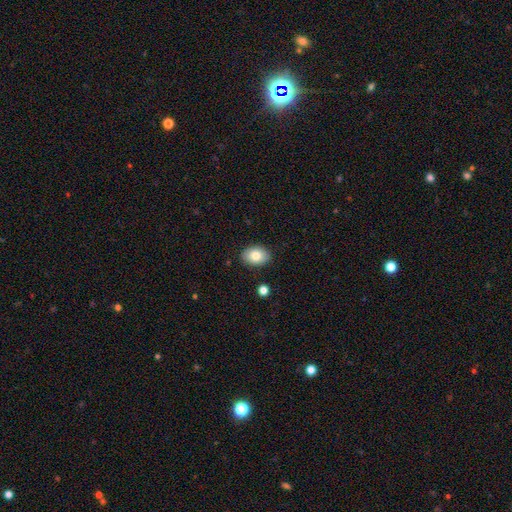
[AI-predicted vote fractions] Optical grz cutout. It shows a smooth galaxy with no disk features (80%) that is in between round and cigar-shaped (83%). Merging: none (88%).